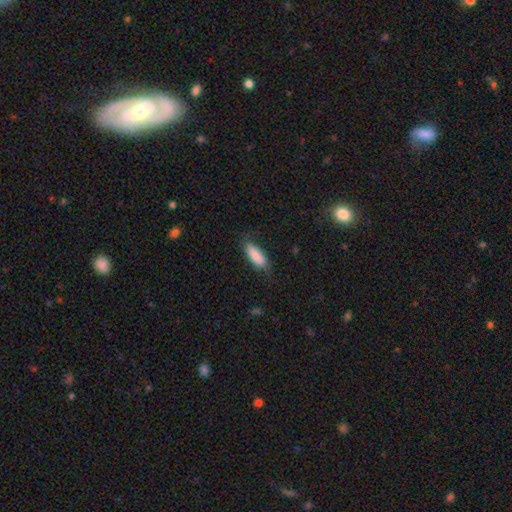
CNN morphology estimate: Q: Smooth or featured?
A: smooth (86%); runner-up: featured or disk (8%)
Q: How rounded?
A: in between (69%); runner-up: cigar-shaped (29%)
Q: Merging?
A: none (75%); runner-up: minor disturbance (19%)